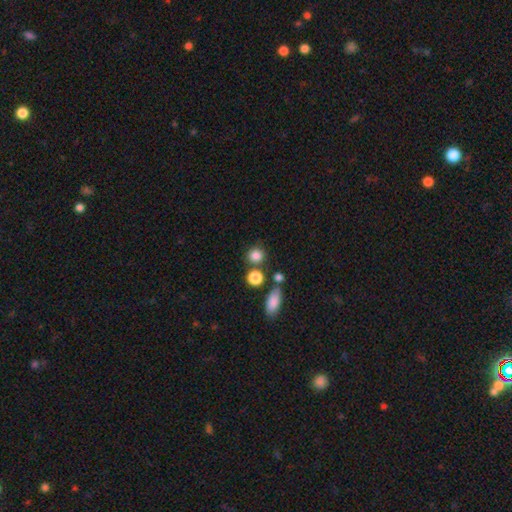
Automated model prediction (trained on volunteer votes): Smooth or featured: smooth — 84% (star or artifact — 11%)
How rounded: round — 84% (in between — 14%)
Merging: none — 71% (merger — 14%)